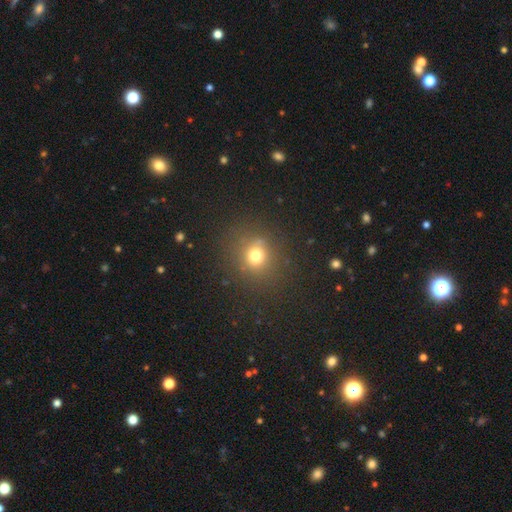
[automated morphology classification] This appears to be a smooth galaxy with no disk features (71%) that is round (84%). Merging: none (83%).